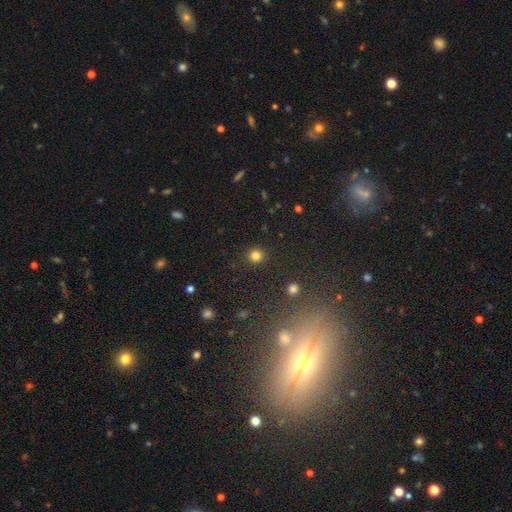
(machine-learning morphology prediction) This is clearly a smooth galaxy (81%). How rounded: clearly round (93%). Merging: clearly none (91%).